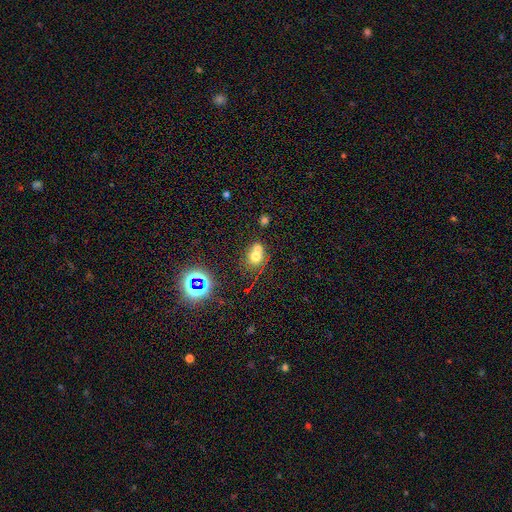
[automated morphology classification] This appears to be a smooth galaxy with no disk features (65%) that is round (73%). Merging: merger (55%).